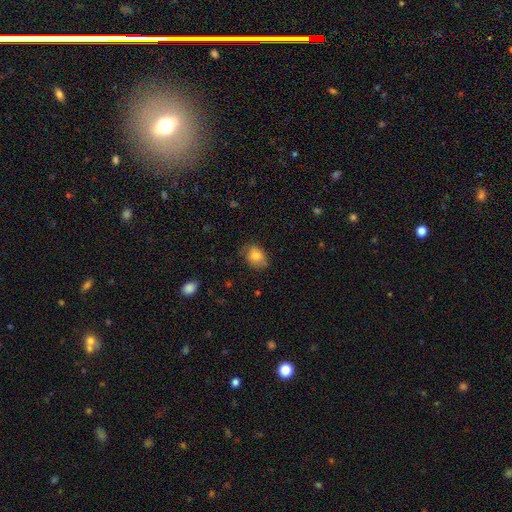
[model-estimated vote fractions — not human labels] Smooth or featured? Predicted: smooth (p=0.81). How rounded? Predicted: in between (p=0.65). Merging? Predicted: none (p=0.68).